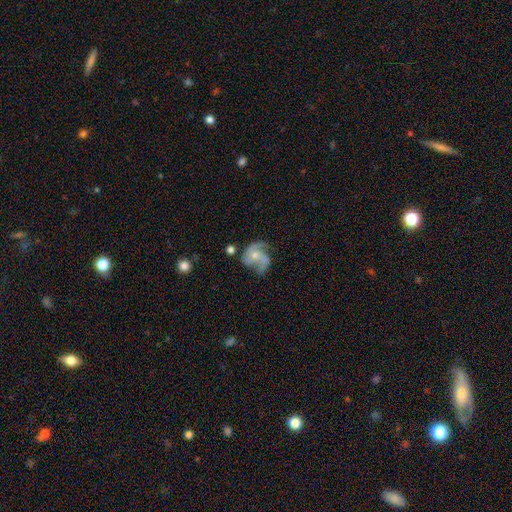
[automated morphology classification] smooth-or-featured: featured or disk: 78% | smooth: 15% | star or artifact: 7%
  disk-edge-on: no: 98% | yes: 2%
    bar: no: 73% | weak: 22% | strong: 4%
    has-spiral-arms: yes: 93% | no: 7%
      spiral-winding: medium: 50% | loose: 28% | tight: 22%
      spiral-arm-count: 2: 47% | 3: 32% | can't tell: 9% | 1: 7% | 4: 3% | more than 4: 3%
    bulge-size: small: 50% | moderate: 41% | none: 5% | large: 2% | dominant: 1%
  merging: none: 48% | minor disturbance: 24% | major disturbance: 22% | merger: 6%